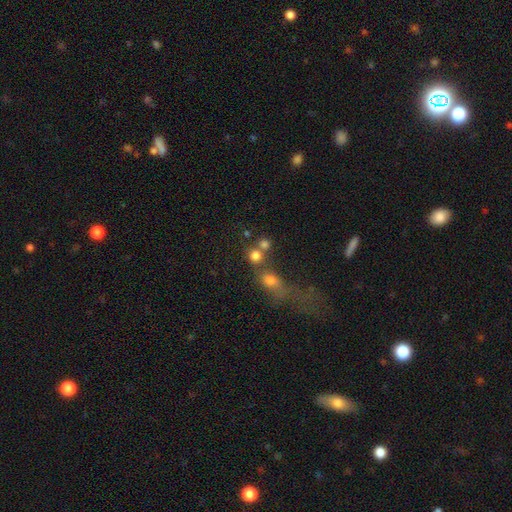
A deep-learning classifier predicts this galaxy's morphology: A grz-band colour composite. It shows a smooth galaxy with no disk features (76%) that is round (85%). Merging: none (48%).